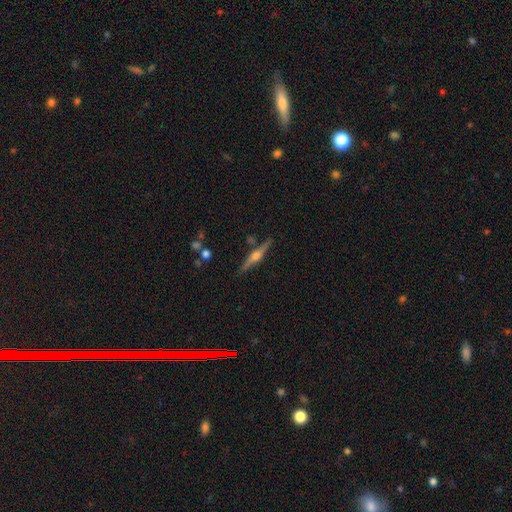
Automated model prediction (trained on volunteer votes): Smooth or featured? featured or disk (76%)
Edge-on disk? yes (98%)
Edge-on bulge? rounded (91%)
Merging? none (87%)